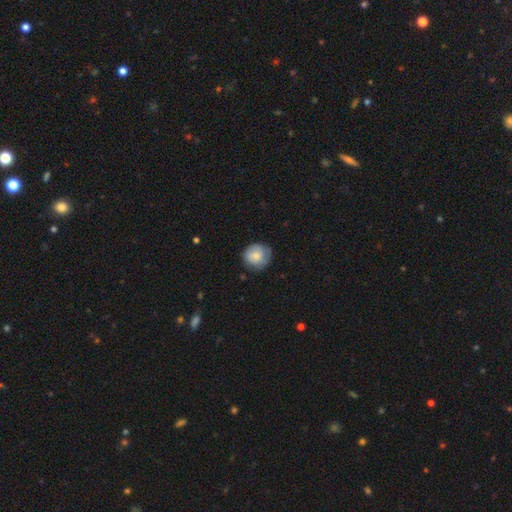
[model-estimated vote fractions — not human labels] A smooth galaxy with no disk features (73%) that is round (89%).

Vote fractions:
- Smooth or featured? smooth: 73% / featured or disk: 20% / star or artifact: 7%
- How rounded? round: 89% / in between: 10% / cigar-shaped: 1%
- Merging? none: 74% / minor disturbance: 20% / major disturbance: 4% / merger: 1%